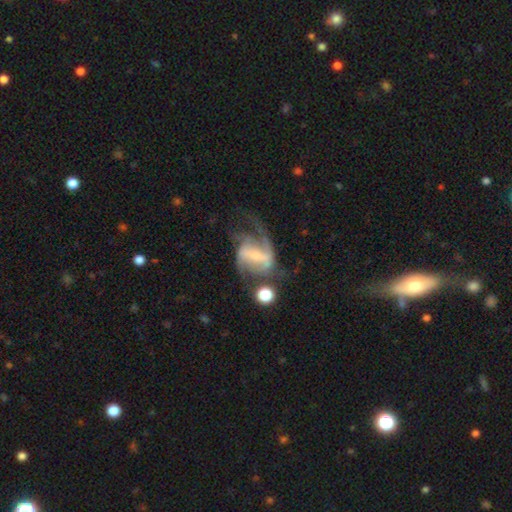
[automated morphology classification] This is clearly a featured or disk galaxy (84%). It is clearly not viewed edge-on (97%). Bar: possibly strong (49%). Spiral arm pattern: clearly yes (93%). Spiral arm count: likely 2 (66%). Spiral winding: marginally medium (44%, tied with loose). Central bulge: likely small (60%). Merging: marginally none (44%).